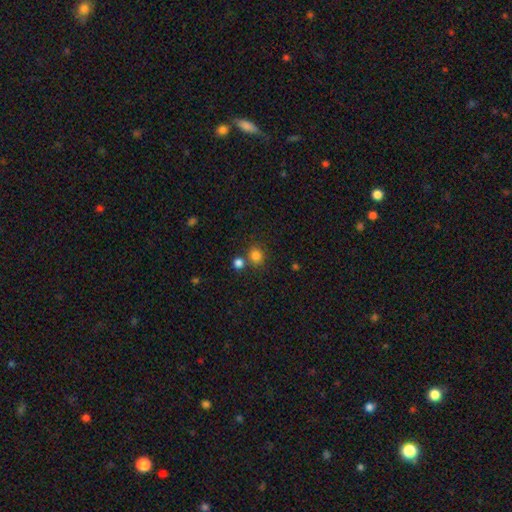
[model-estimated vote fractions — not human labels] Smooth or featured: smooth — 82% (star or artifact — 13%)
How rounded: round — 81% (in between — 19%)
Merging: none — 69% (merger — 18%)